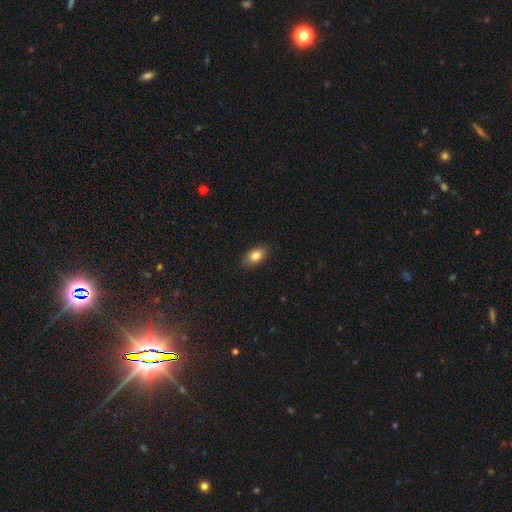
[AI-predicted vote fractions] A smooth galaxy with no disk features (83%) that is in between round and cigar-shaped (89%).

Vote fractions:
- Smooth or featured? smooth: 83% / featured or disk: 9% / star or artifact: 8%
- How rounded? in between: 89% / round: 8% / cigar-shaped: 3%
- Merging? none: 88% / minor disturbance: 9% / major disturbance: 2% / merger: 1%